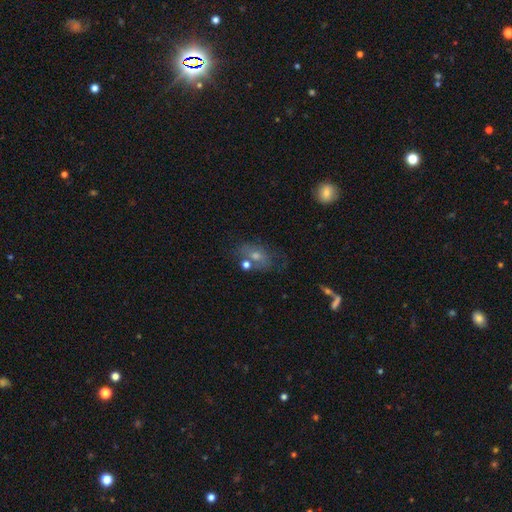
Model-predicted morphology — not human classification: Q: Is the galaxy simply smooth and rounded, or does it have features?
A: smooth — 47%.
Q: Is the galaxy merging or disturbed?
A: none — 53%.